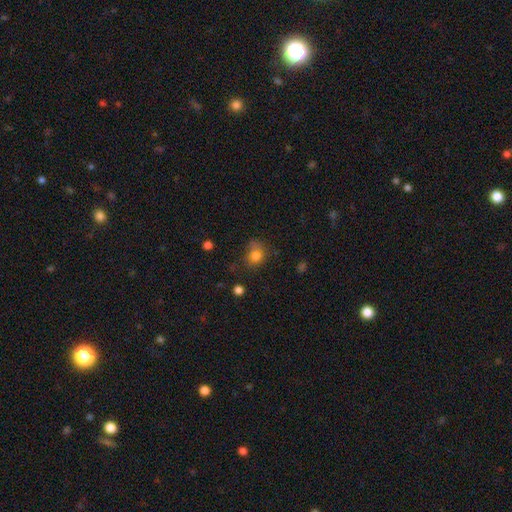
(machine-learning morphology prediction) Smooth or featured?
  - smooth: 79% *
  - star or artifact: 12%
  - featured or disk: 8%
How rounded?
  - round: 67% *
  - in between: 32%
  - cigar-shaped: 1%
Merging?
  - none: 58% *
  - minor disturbance: 26%
  - major disturbance: 11%
  - merger: 5%